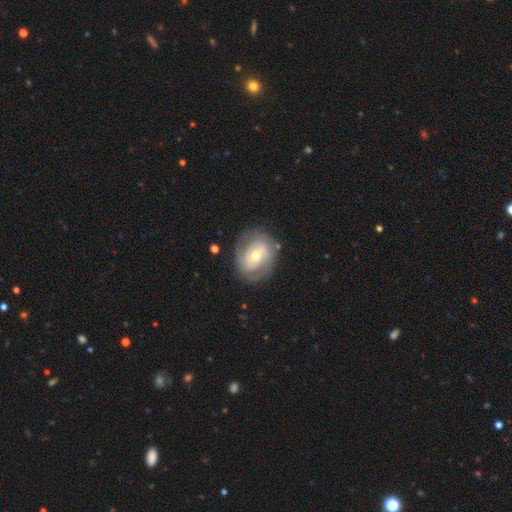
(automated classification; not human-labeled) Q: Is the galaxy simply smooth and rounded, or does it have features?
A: featured or disk — 75%.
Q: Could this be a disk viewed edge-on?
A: no — 97%.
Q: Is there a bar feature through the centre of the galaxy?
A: no — 52%.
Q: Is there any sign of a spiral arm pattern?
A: yes — 80%.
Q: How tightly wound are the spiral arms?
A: tight — 60%.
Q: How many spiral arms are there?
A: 2 — 52%.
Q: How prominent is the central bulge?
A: moderate — 66%.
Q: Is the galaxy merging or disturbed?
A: none — 76%.